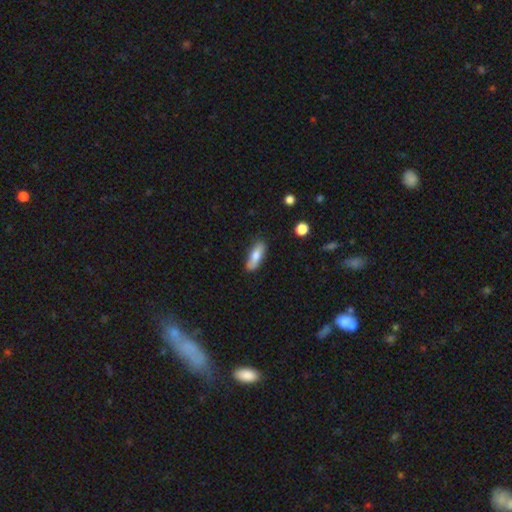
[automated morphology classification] This is likely a smooth galaxy (73%). How rounded: possibly in between (58%). Merging: clearly none (80%).